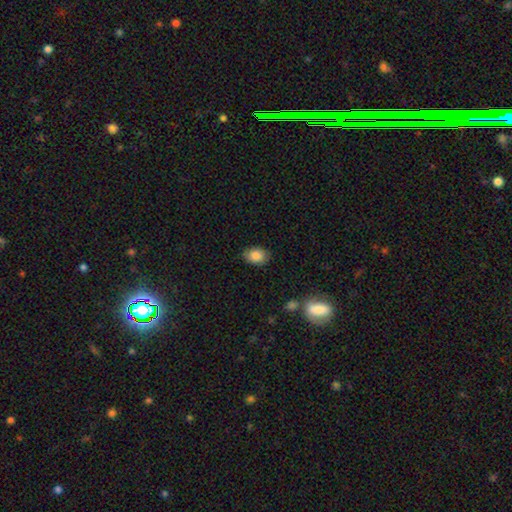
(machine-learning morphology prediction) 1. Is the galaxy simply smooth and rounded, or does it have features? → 85% smooth, 8% star or artifact, 7% featured or disk.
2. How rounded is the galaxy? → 76% in between, 23% round, 1% cigar-shaped.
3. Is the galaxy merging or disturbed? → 80% none, 15% minor disturbance, 3% major disturbance, 2% merger.